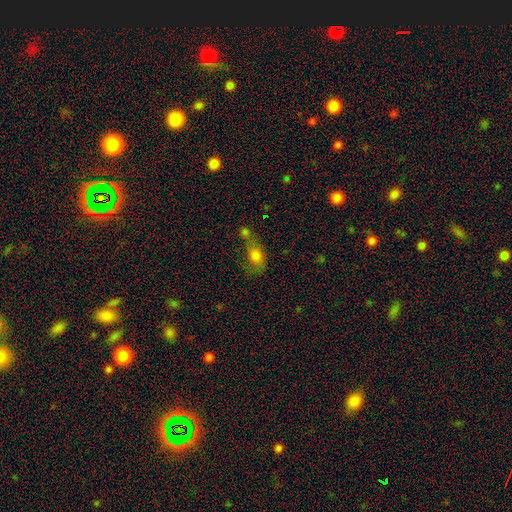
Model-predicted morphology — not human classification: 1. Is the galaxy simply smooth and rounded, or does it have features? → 75% smooth, 13% star or artifact, 13% featured or disk.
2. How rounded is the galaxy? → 66% in between, 30% round, 4% cigar-shaped.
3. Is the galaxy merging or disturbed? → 46% merger, 26% none, 15% minor disturbance, 14% major disturbance.